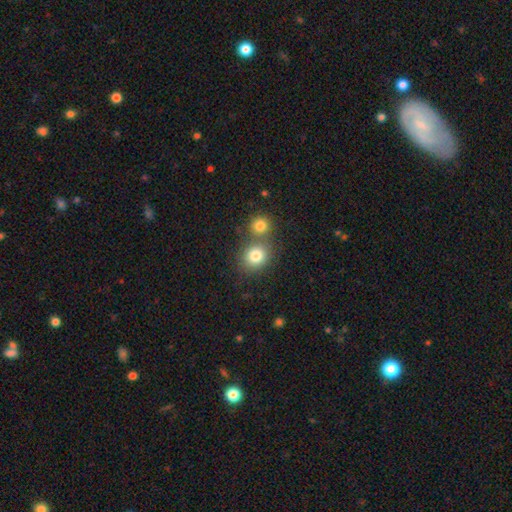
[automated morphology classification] type=smooth (81%); roundness=round (77%); merging=none (54%).